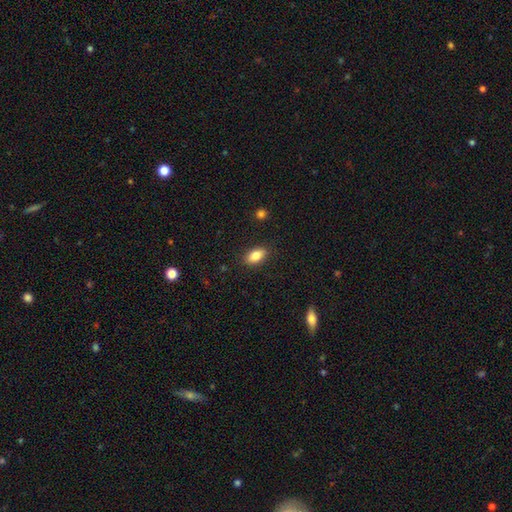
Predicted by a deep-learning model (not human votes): smooth_or_featured: smooth (p=0.84) [alt: featured or disk p=0.08]
how_rounded: in between (p=0.89) [alt: round p=0.06]
merging: none (p=0.87) [alt: minor disturbance p=0.09]